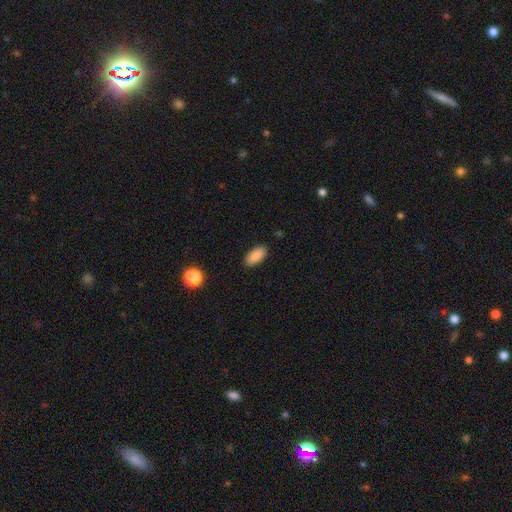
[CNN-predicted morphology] The model was most divided on "smooth or featured": smooth: 88%, star or artifact: 7%, featured or disk: 5%. More confident: how rounded — in between (92%); merging — none (88%).